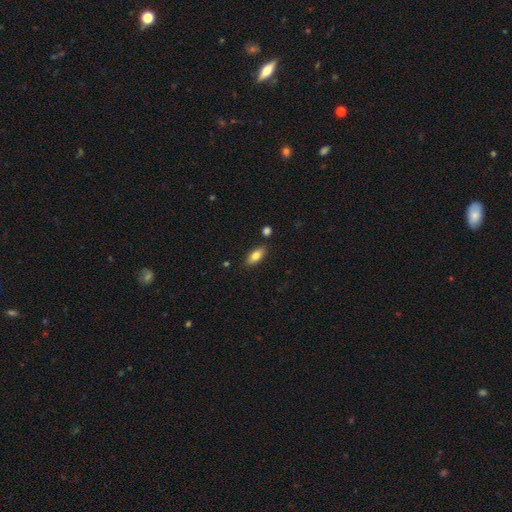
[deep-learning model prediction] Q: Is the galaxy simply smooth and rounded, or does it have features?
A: smooth — 80%.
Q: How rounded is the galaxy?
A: in between — 85%.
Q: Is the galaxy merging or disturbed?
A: none — 84%.